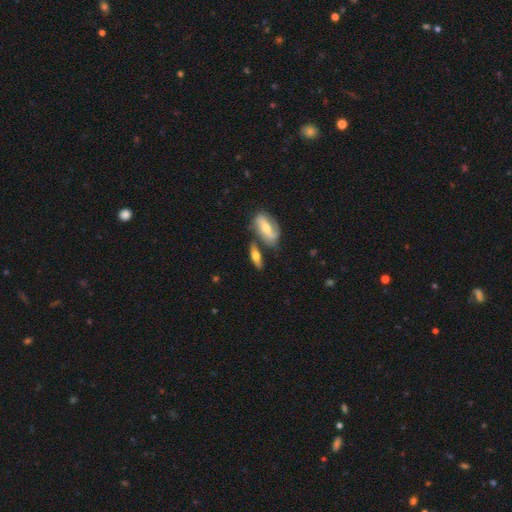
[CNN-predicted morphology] This is possibly a smooth galaxy (51%). How rounded: possibly in between (58%). Merging: likely none (63%).